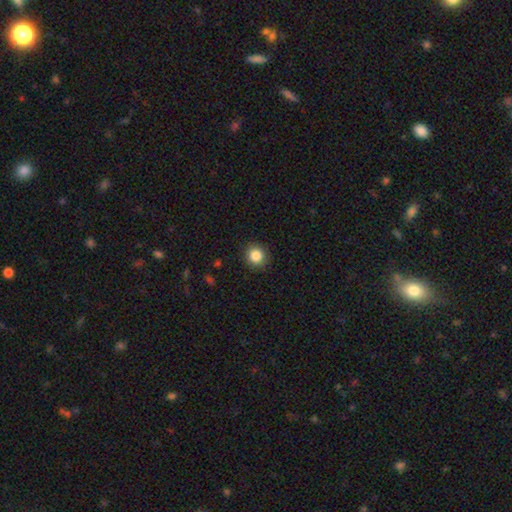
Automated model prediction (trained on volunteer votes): smooth 85%, star or artifact 10%, featured or disk 5%. Down the decision tree: how rounded — round (89%); merging — none (90%).